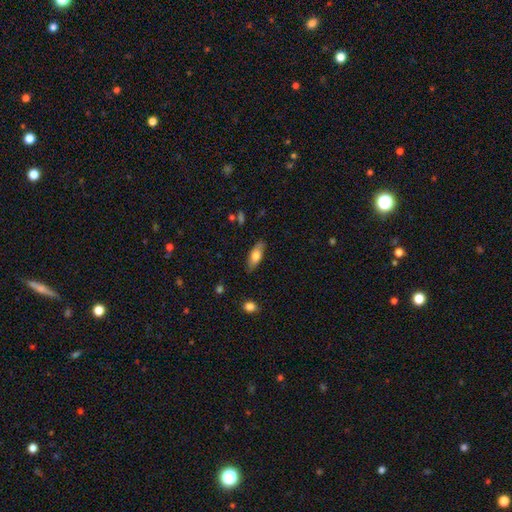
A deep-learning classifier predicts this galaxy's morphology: Smooth or featured? smooth (69%)
How rounded? in between (78%)
Merging? none (79%)